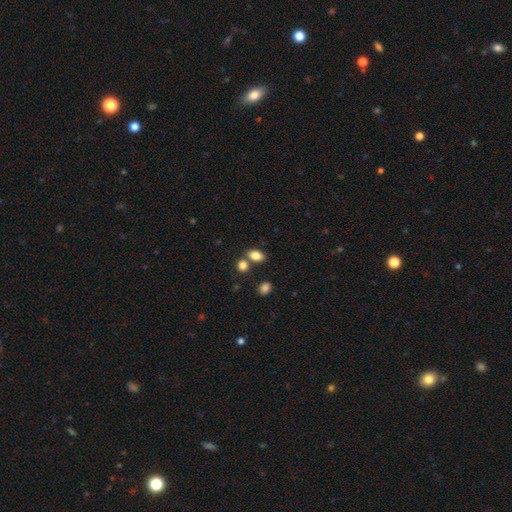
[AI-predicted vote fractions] The model was most divided on "merging": none: 62%, merger: 23%, minor disturbance: 11%, major disturbance: 3%. More confident: smooth or featured — smooth (84%); how rounded — in between (82%).